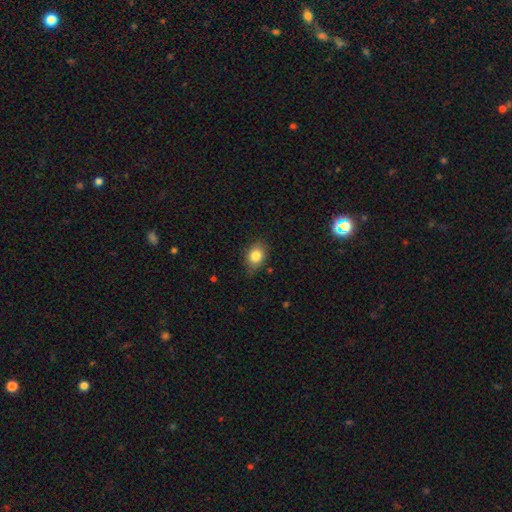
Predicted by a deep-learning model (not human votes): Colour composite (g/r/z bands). It shows a smooth galaxy with no disk features (83%) that is in between round and cigar-shaped (62%). Merging: none (75%).